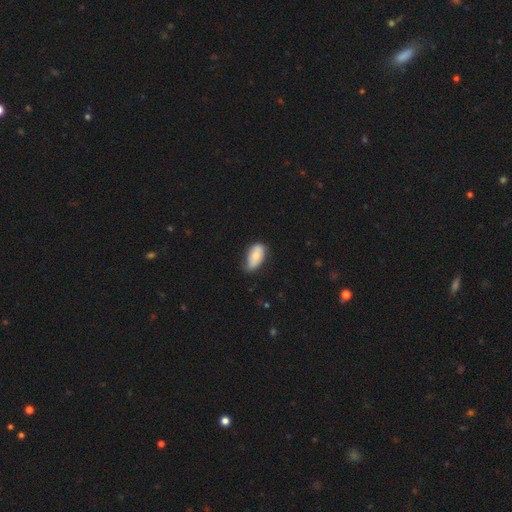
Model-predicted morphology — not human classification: This is likely a smooth galaxy (68%). How rounded: clearly in between (92%). Merging: possibly none (56%).